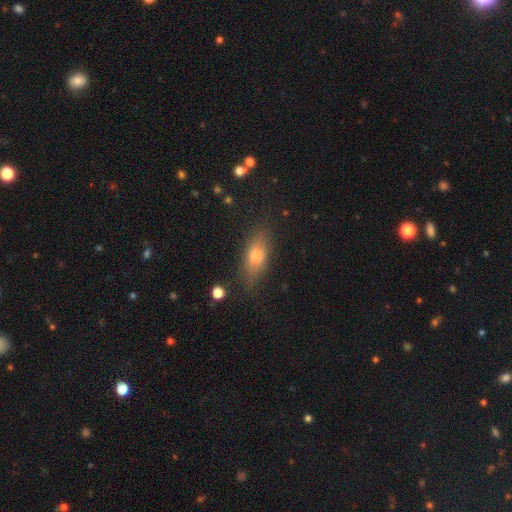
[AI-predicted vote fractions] Smooth or featured: smooth — 67% (featured or disk — 23%)
How rounded: in between — 69% (cigar-shaped — 25%)
Merging: none — 80% (minor disturbance — 14%)